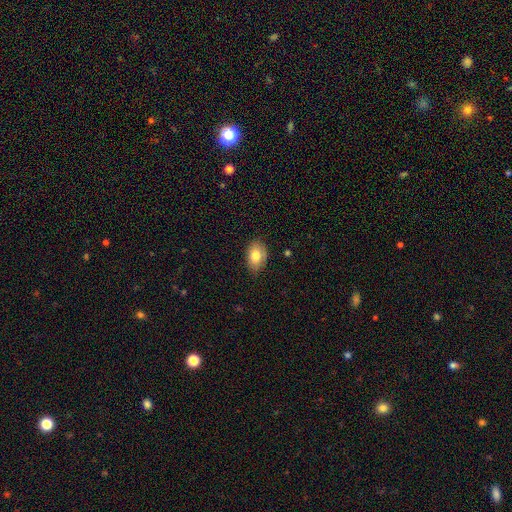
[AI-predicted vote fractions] Morphology: type=smooth (79%); roundness=in between (88%); merging=none (79%).